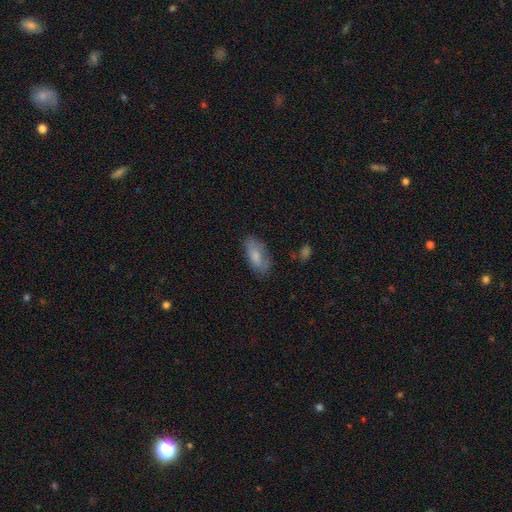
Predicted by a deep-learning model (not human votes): The model was most divided on "merging": none: 69%, minor disturbance: 22%, major disturbance: 6%, merger: 2%. More confident: how rounded — in between (88%); smooth or featured — smooth (79%).